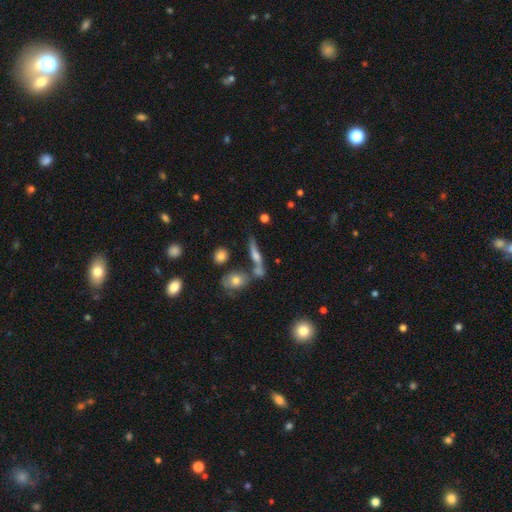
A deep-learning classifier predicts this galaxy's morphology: type=featured or disk (50%); edge-on=yes (74%); merging=none (50%).